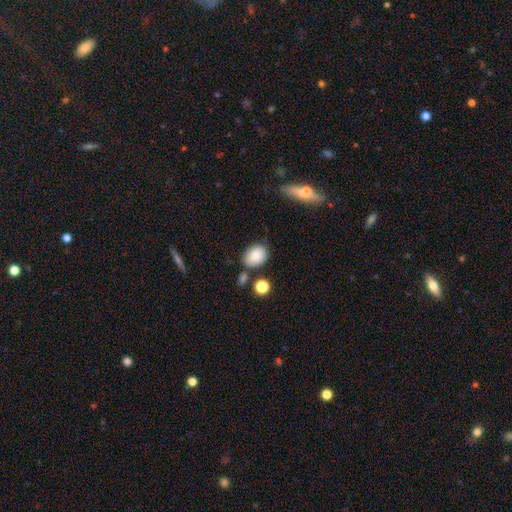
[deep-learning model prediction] A smooth galaxy with no disk features (82%) that is in between round and cigar-shaped (64%).

Vote fractions:
- Smooth or featured? smooth: 82% / featured or disk: 9% / star or artifact: 9%
- How rounded? in between: 64% / round: 35% / cigar-shaped: 1%
- Merging? none: 70% / minor disturbance: 18% / merger: 8% / major disturbance: 4%